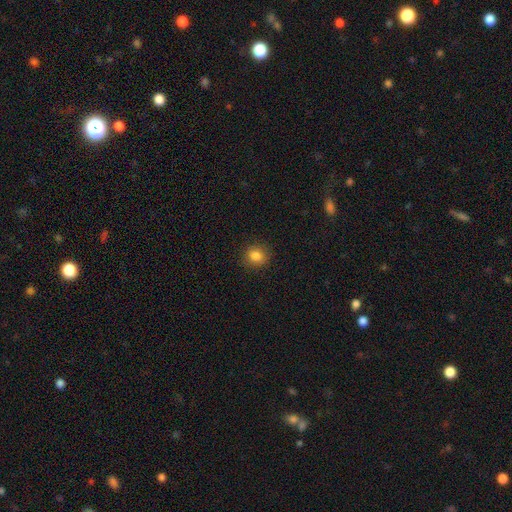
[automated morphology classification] Smooth or featured: smooth — 84% (star or artifact — 11%)
How rounded: round — 71% (in between — 28%)
Merging: none — 88% (minor disturbance — 9%)